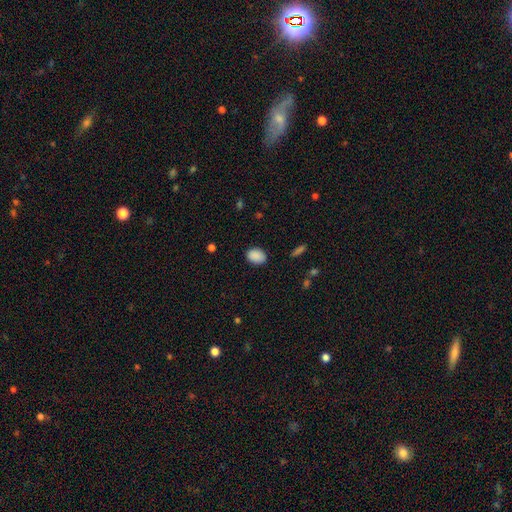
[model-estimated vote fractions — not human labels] This is clearly a smooth galaxy (89%). How rounded: likely in between (76%). Merging: clearly none (86%).